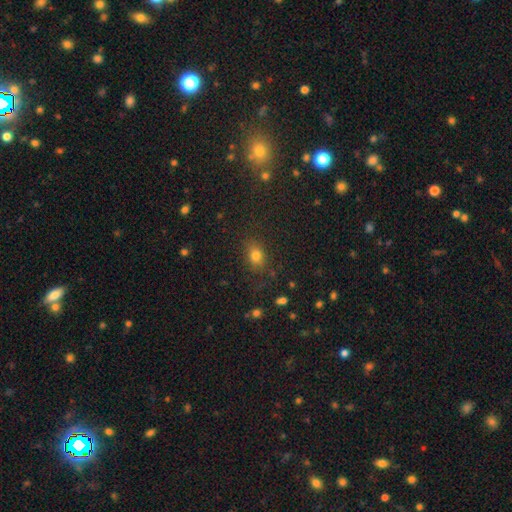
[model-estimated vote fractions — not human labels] Overall: smooth (76%). How rounded: in between (66%; round 31%). Merging: none (80%).